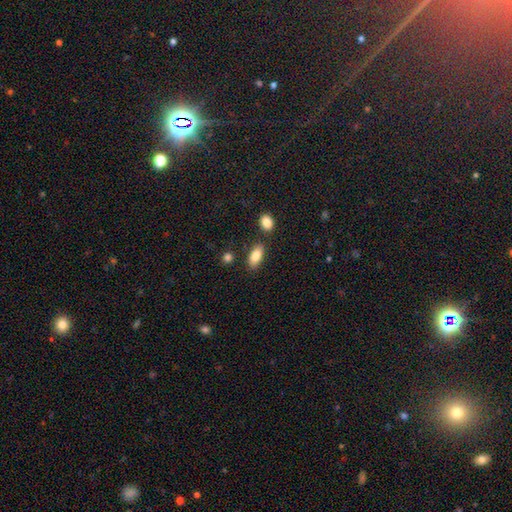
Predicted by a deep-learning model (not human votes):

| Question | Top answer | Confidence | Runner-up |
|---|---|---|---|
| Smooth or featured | smooth | 84% | featured or disk (9%) |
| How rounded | in between | 87% | cigar-shaped (9%) |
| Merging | none | 80% | minor disturbance (11%) |